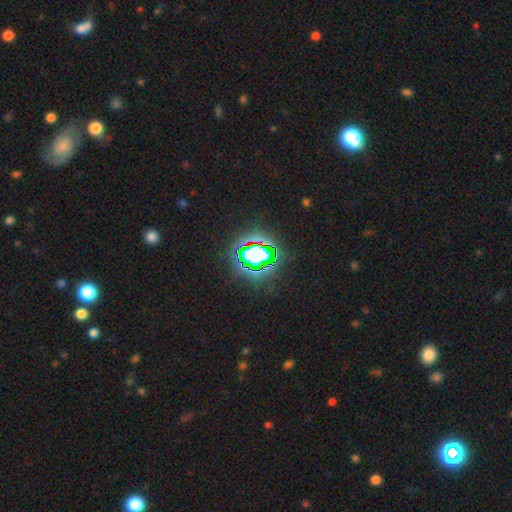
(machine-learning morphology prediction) A star or artifact, not a galaxy (70%).

Vote fractions:
- Smooth or featured? star or artifact: 70% / smooth: 18% / featured or disk: 12%